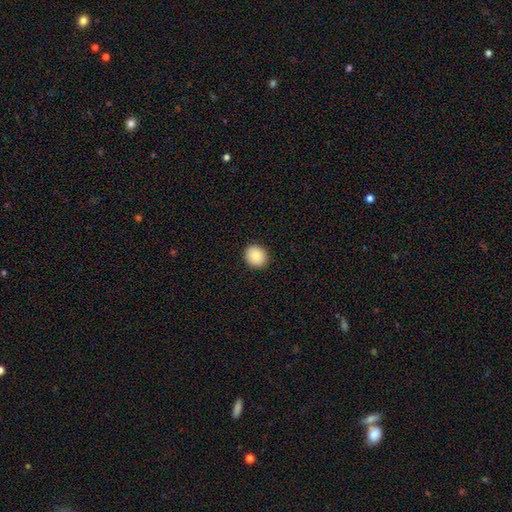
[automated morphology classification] This is clearly a smooth galaxy (84%). How rounded: likely round (71%). Merging: clearly none (91%).